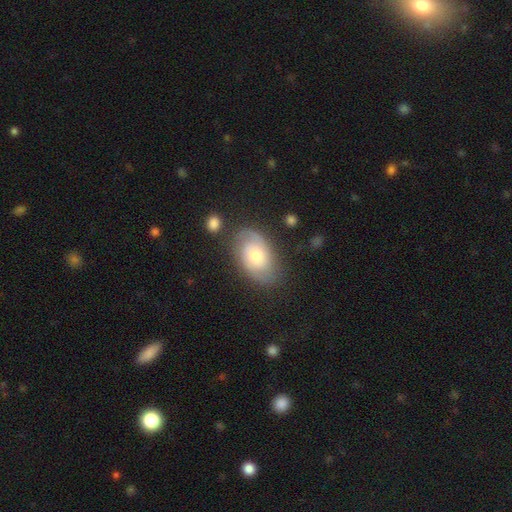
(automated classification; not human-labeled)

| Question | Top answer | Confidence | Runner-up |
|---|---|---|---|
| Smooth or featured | featured or disk | 64% | smooth (29%) |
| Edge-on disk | no | 95% | yes (5%) |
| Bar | no | 69% | weak (27%) |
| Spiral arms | yes | 89% | no (11%) |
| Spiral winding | tight | 44% | medium (40%) |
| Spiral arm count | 2 | 76% | can't tell (13%) |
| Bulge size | moderate | 61% | small (19%) |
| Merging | none | 74% | minor disturbance (17%) |